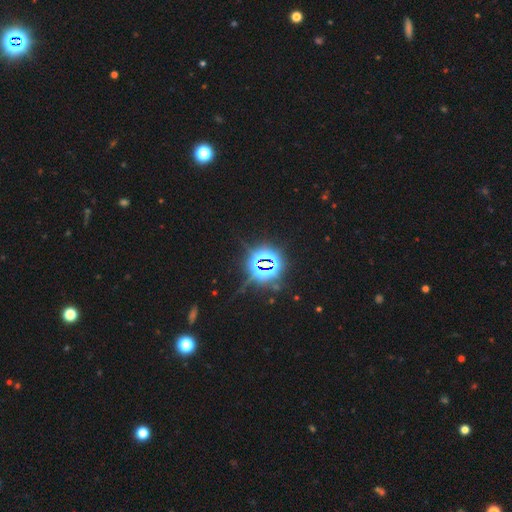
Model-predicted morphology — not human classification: Smooth or featured: star or artifact — 82% (smooth — 10%)